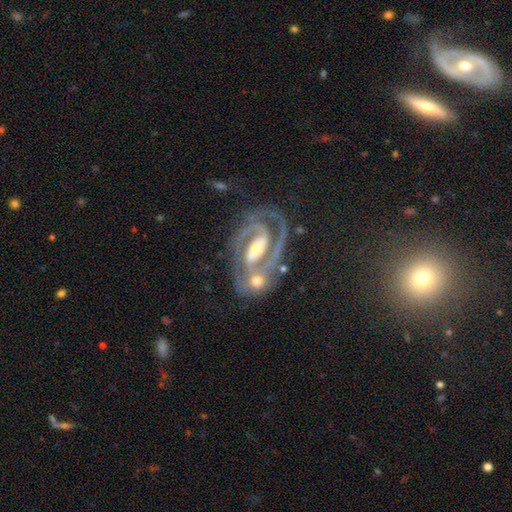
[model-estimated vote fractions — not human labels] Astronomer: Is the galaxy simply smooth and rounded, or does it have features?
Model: featured or disk — 80%.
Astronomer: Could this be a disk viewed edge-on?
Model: no — 92%.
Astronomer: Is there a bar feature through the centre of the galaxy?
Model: weak — 37% (runner-up: strong, 36%).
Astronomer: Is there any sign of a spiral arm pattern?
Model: yes — 84%.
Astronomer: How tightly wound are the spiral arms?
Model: tight — 48% (runner-up: medium, 38%).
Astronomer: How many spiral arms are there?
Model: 2 — 65%.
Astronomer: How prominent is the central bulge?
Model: moderate — 53% (runner-up: small, 35%).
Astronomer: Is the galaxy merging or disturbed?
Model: none — 59%.